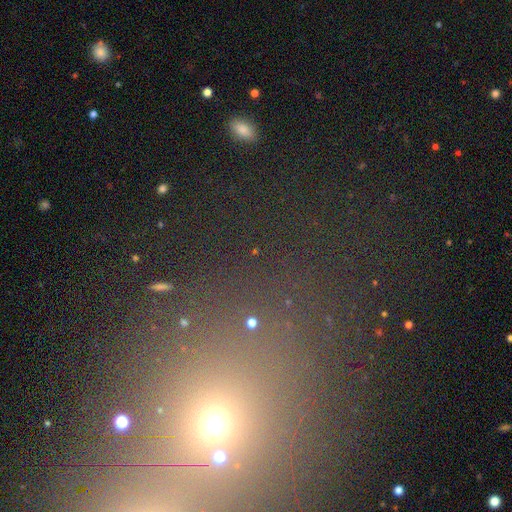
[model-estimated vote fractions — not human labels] star or artifact 54%, smooth 36%, featured or disk 10%.